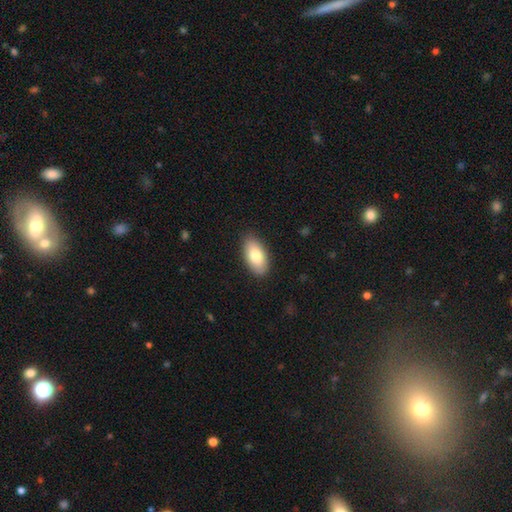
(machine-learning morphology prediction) A smooth galaxy with no disk features (80%) that is in between round and cigar-shaped (93%). Merging: none (87%).